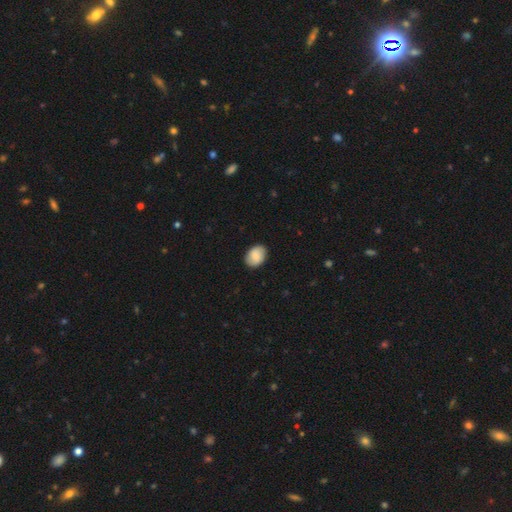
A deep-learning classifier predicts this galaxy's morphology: Smooth or featured? Predicted: smooth (p=0.83). How rounded? Predicted: in between (p=0.76). Merging? Predicted: none (p=0.88).